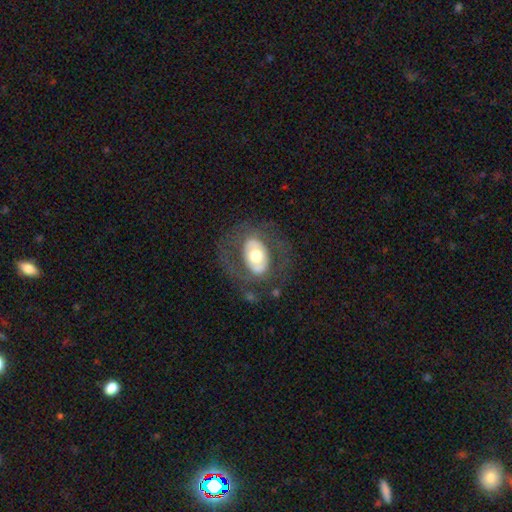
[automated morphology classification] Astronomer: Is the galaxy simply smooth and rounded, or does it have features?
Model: featured or disk — 58% (runner-up: smooth, 36%).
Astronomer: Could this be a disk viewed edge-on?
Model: no — 93%.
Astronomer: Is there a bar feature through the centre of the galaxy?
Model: no — 69%.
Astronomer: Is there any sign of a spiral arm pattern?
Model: no — 67%.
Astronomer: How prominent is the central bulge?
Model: moderate — 62%.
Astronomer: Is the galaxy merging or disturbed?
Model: none — 67%.